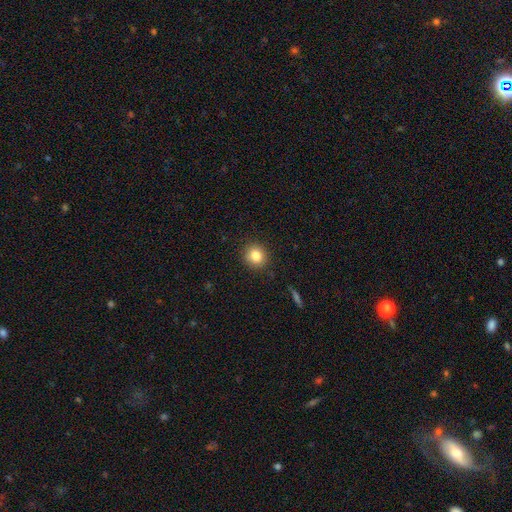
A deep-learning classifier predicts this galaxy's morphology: Q: Smooth or featured?
A: smooth (83%); runner-up: star or artifact (10%)
Q: How rounded?
A: round (83%); runner-up: in between (16%)
Q: Merging?
A: none (88%); runner-up: minor disturbance (8%)